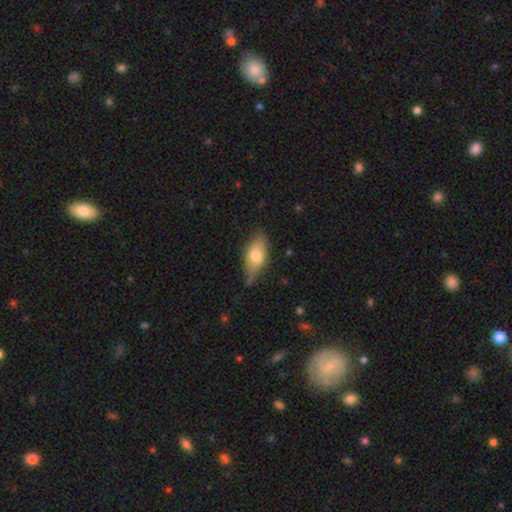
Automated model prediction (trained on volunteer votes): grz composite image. It shows a smooth galaxy with no disk features (70%) that is in between round and cigar-shaped (88%). Merging: none (60%).